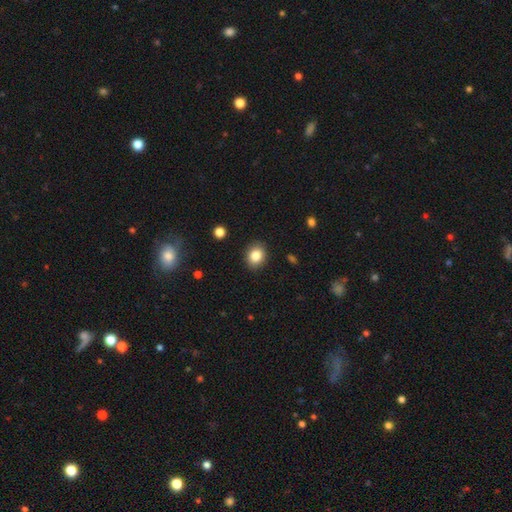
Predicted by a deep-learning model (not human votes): A smooth galaxy with no disk features (83%) that is round (56%).

Vote fractions:
- Smooth or featured? smooth: 83% / star or artifact: 10% / featured or disk: 7%
- How rounded? round: 56% / in between: 43% / cigar-shaped: 1%
- Merging? none: 89% / minor disturbance: 8% / major disturbance: 2% / merger: 1%